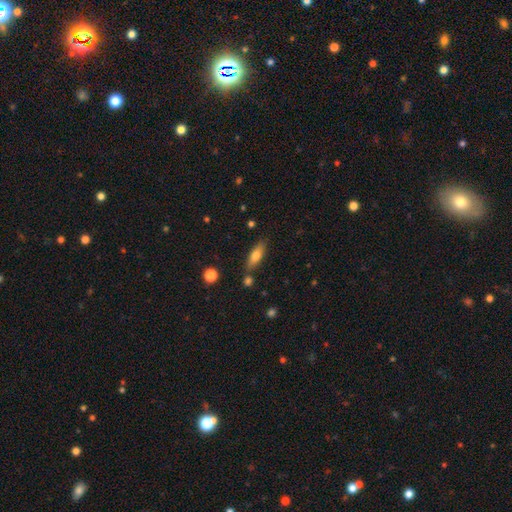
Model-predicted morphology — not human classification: smooth 68%, featured or disk 25%, star or artifact 7%. Down the decision tree: how rounded — in between (53%); merging — none (77%).